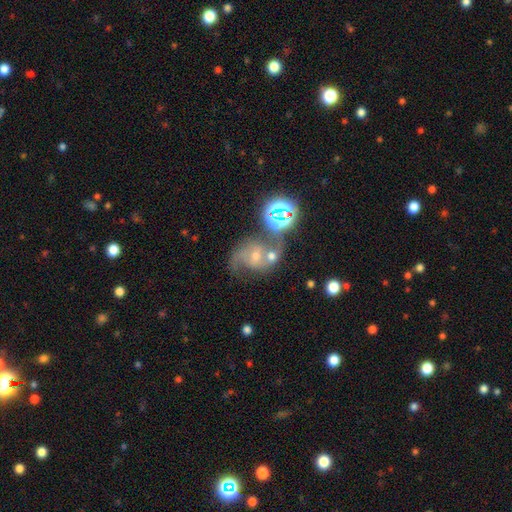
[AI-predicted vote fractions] A featured or disk galaxy (60%) with no bar (51%), 2 (71%) medium (48%) spiral arms (90%) and a small central bulge (55%).

Vote fractions:
- Smooth or featured? featured or disk: 60% / star or artifact: 25% / smooth: 15%
- Edge-on disk? no: 97% / yes: 3%
- Bar? no: 51% / weak: 37% / strong: 12%
- Spiral arms? yes: 90% / no: 10%
- Spiral winding? medium: 48% / loose: 32% / tight: 20%
- Spiral arm count? 2: 71% / can't tell: 12% / 1: 8% / 3: 5% / 4: 2% / more than 4: 2%
- Bulge size? small: 55% / moderate: 36% / none: 4% / large: 3% / dominant: 2%
- Merging? none: 41% / merger: 31% / minor disturbance: 15% / major disturbance: 13%